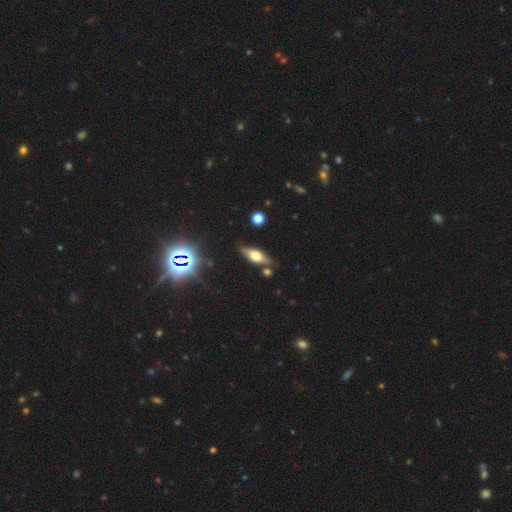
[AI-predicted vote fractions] A featured or disk galaxy (52%) viewed edge-on (89%). Merging: none (77%).